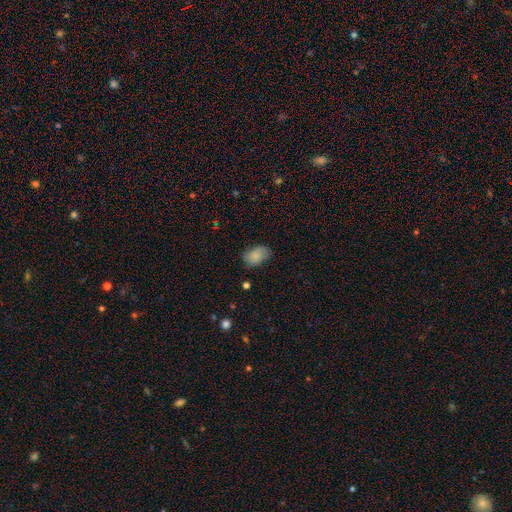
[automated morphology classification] This is clearly a smooth galaxy (83%). How rounded: clearly in between (89%). Merging: likely none (71%).